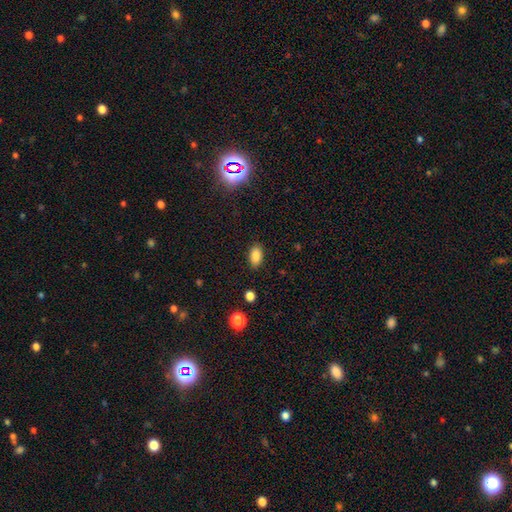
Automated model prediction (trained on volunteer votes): This is clearly a smooth galaxy (85%). How rounded: clearly in between (91%). Merging: clearly none (87%).